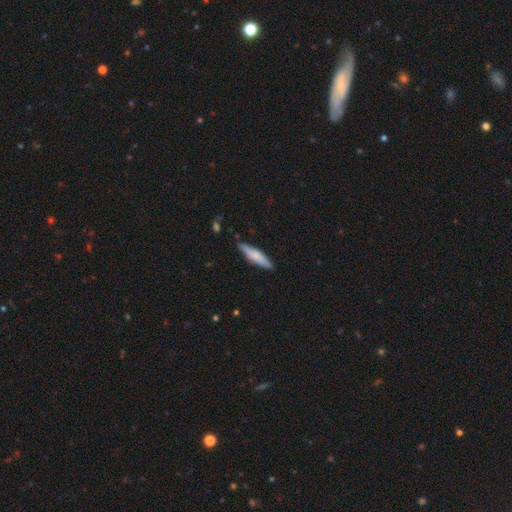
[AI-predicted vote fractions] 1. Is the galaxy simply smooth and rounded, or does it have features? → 68% smooth, 26% featured or disk, 5% star or artifact.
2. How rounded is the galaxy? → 81% cigar-shaped, 17% in between, 1% round.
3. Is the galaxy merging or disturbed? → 84% none, 12% minor disturbance, 2% major disturbance, 1% merger.